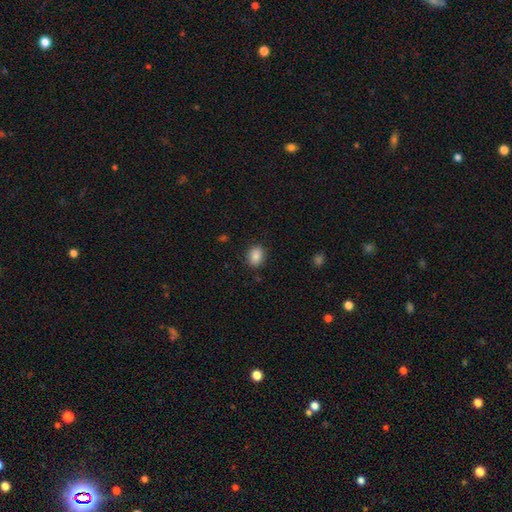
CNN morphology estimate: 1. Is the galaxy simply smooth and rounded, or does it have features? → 88% smooth, 8% star or artifact, 4% featured or disk.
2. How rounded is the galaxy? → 64% in between, 35% round, 1% cigar-shaped.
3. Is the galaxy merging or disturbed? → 86% none, 10% minor disturbance, 3% major disturbance, 1% merger.